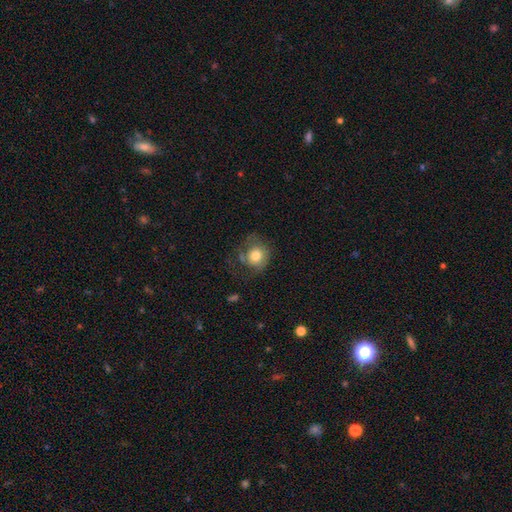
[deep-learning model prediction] smooth-or-featured: smooth: 71% | featured or disk: 20% | star or artifact: 9%
  how-rounded: round: 76% | in between: 24% | cigar-shaped: 1%
  merging: none: 44% | major disturbance: 26% | minor disturbance: 26% | merger: 3%